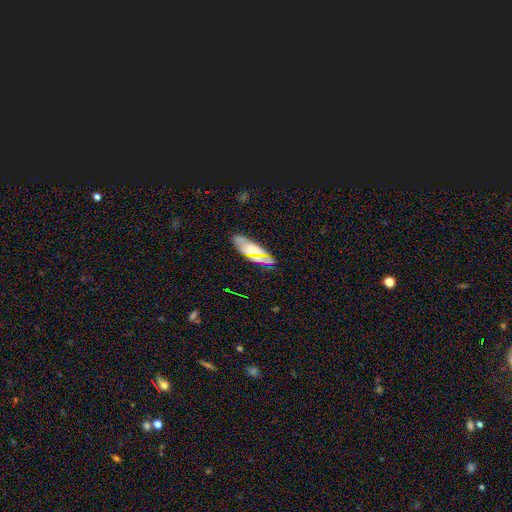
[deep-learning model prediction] A smooth galaxy with no disk features (57%) that is in between round and cigar-shaped (61%).

Vote fractions:
- Smooth or featured? smooth: 57% / featured or disk: 31% / star or artifact: 12%
- How rounded? in between: 61% / cigar-shaped: 35% / round: 3%
- Merging? none: 79% / minor disturbance: 16% / major disturbance: 3% / merger: 2%